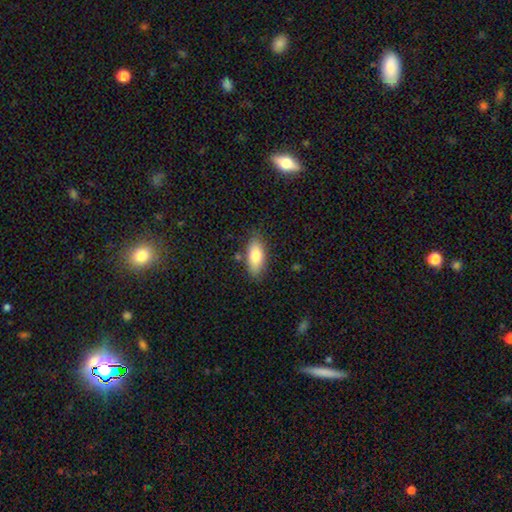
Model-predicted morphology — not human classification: Smooth or featured: smooth — 79% (featured or disk — 14%)
How rounded: in between — 83% (cigar-shaped — 15%)
Merging: none — 79% (minor disturbance — 15%)